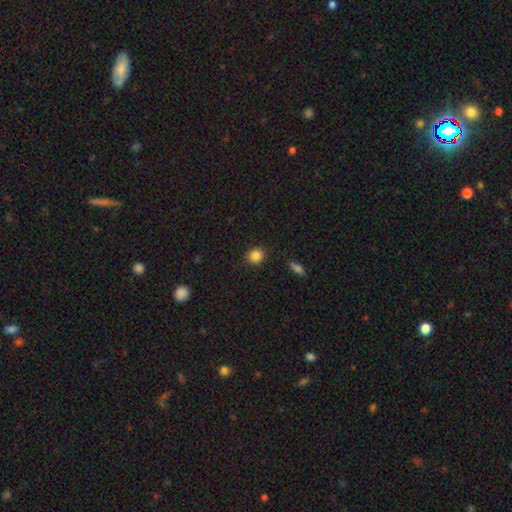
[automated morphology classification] smooth 85%, star or artifact 10%, featured or disk 5%. Down the decision tree: how rounded — round (84%); merging — none (87%).